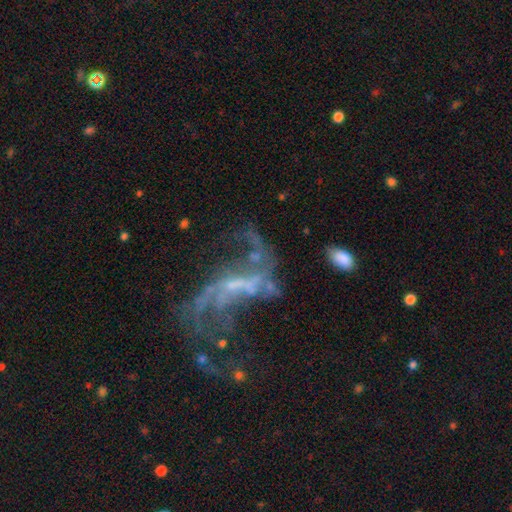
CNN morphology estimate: type=featured or disk (73%); edge-on=no (93%); bar=no (46%); spiral arms=yes (59%); bulge=none (45%); merging=major disturbance (35%).